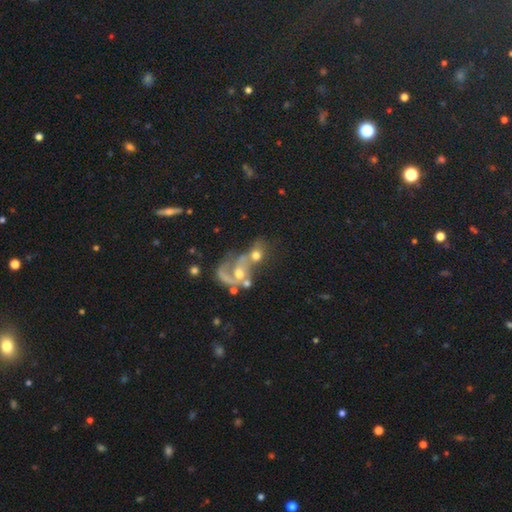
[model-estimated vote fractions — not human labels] Morphology: type=featured or disk (46%); merging=merger (64%).